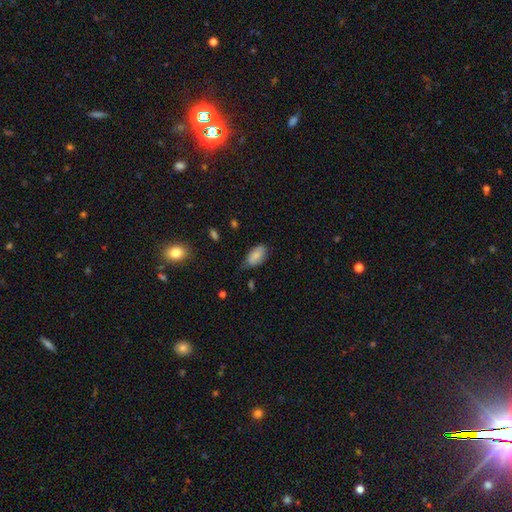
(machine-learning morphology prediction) smooth-or-featured: smooth: 82% | featured or disk: 11% | star or artifact: 7%
  how-rounded: in between: 94% | round: 3% | cigar-shaped: 3%
  merging: none: 65% | minor disturbance: 29% | major disturbance: 5% | merger: 2%